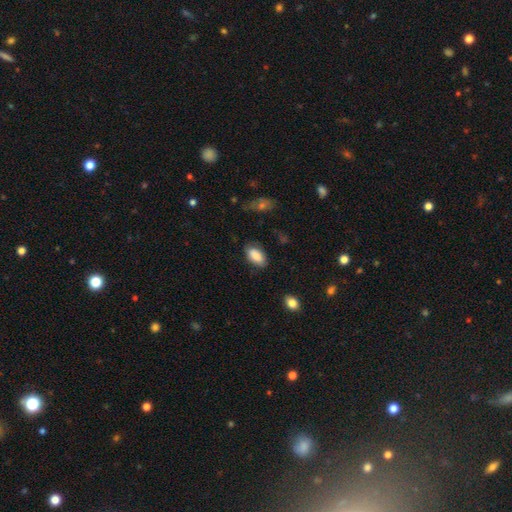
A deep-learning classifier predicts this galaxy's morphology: type=smooth (84%); roundness=in between (93%); merging=none (78%).